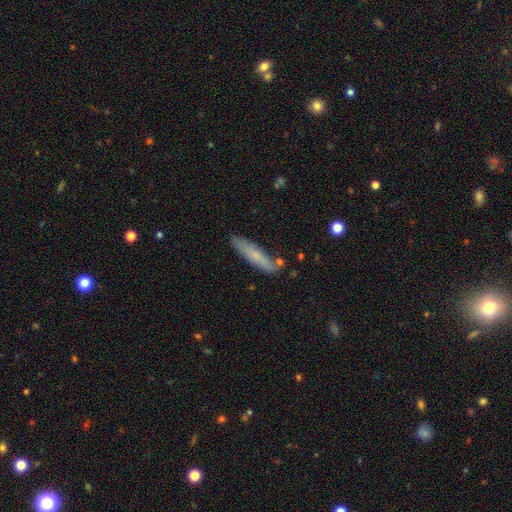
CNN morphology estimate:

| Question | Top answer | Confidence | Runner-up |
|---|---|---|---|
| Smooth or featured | smooth | 64% | featured or disk (29%) |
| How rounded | cigar-shaped | 87% | in between (12%) |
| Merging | none | 79% | minor disturbance (14%) |